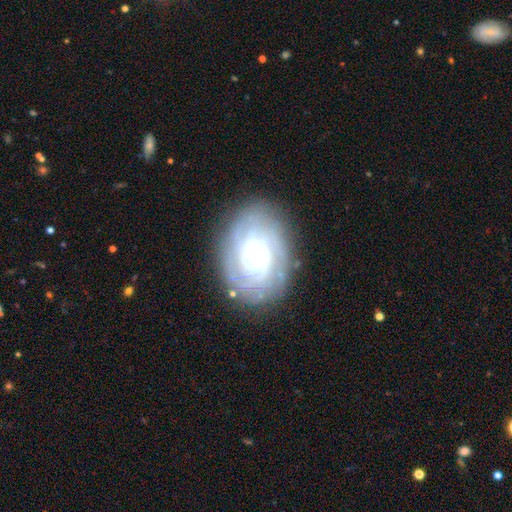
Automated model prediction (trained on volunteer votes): Morphology: type=featured or disk (79%); edge-on=no (97%); bar=no (60%); spiral arms=yes (89%); winding=tight (70%); arm count=can't tell (43%); bulge=small (64%); merging=none (75%).